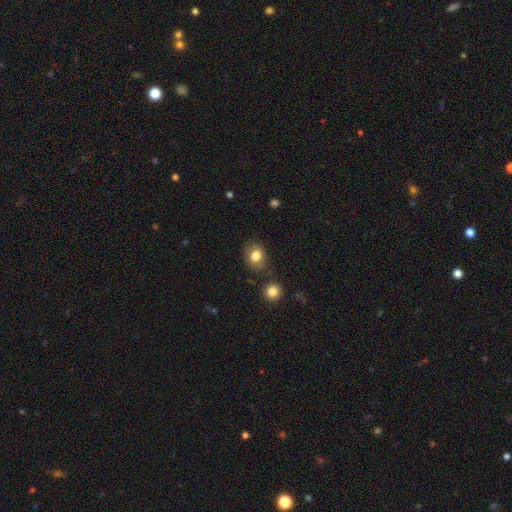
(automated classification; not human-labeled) A smooth galaxy with no disk features (82%) that is in between round and cigar-shaped (52%). Merging: none (79%).